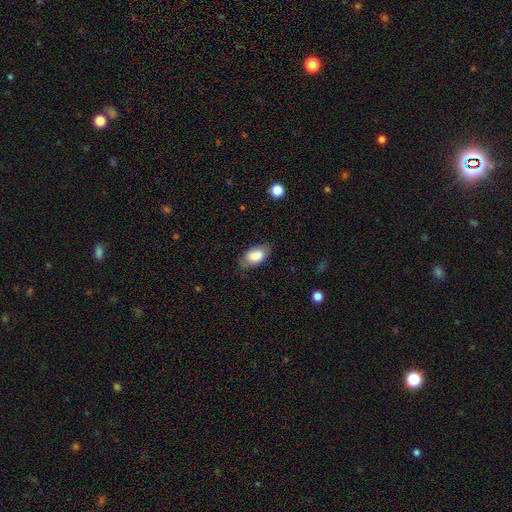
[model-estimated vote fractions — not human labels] Smooth or featured? Predicted: smooth (p=0.82). How rounded? Predicted: in between (p=0.93). Merging? Predicted: none (p=0.77).